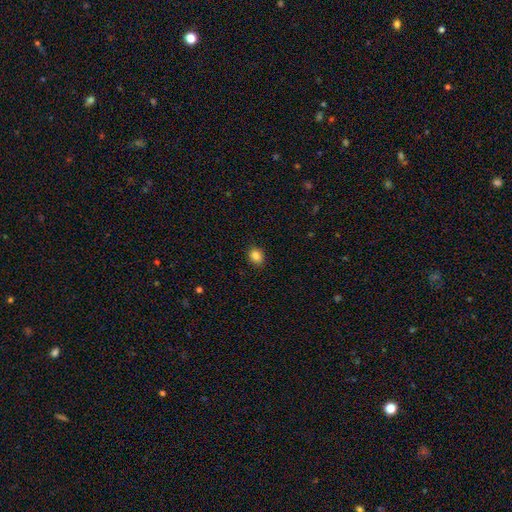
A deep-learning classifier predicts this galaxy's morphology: Smooth or featured? smooth (85%)
How rounded? round (65%)
Merging? none (89%)